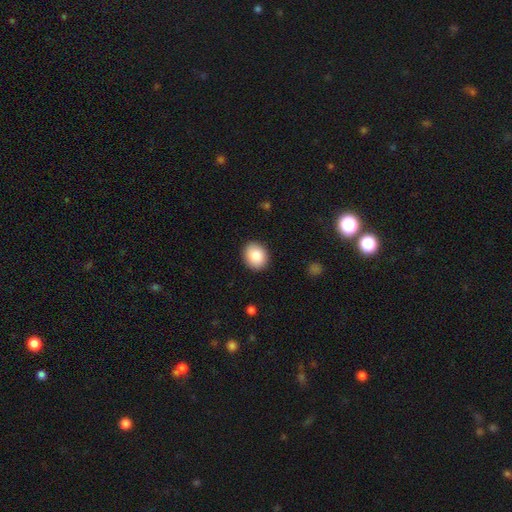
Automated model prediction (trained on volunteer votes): smooth 87%, star or artifact 7%, featured or disk 6%. Down the decision tree: how rounded — round (58%); merging — none (90%).